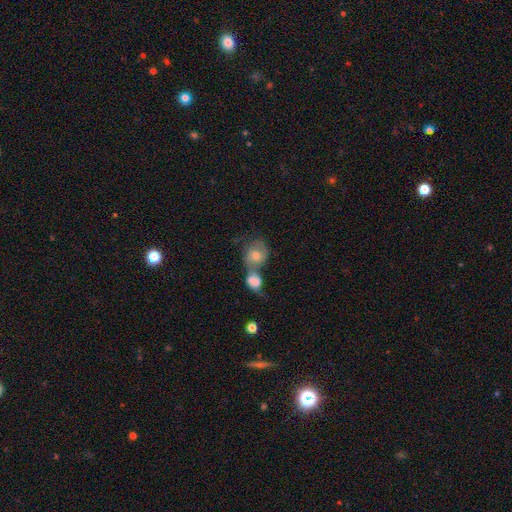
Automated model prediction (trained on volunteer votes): smooth 54%, featured or disk 38%, star or artifact 8%. Down the decision tree: how rounded — round (67%); merging — merger (59%).